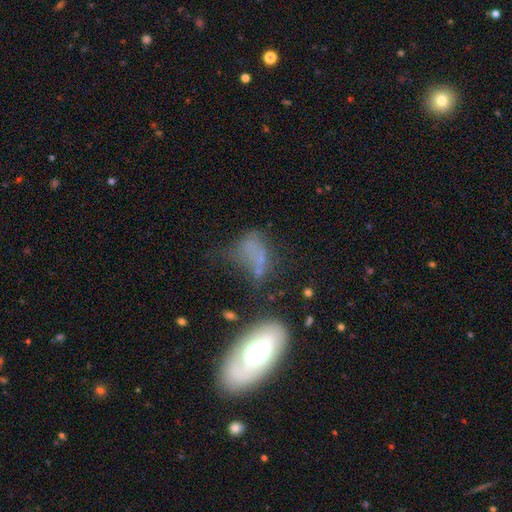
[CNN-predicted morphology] Smooth or featured?
  - smooth: 44% *
  - featured or disk: 34%
  - star or artifact: 23%
Merging?
  - none: 33% *
  - major disturbance: 32%
  - minor disturbance: 19%
  - merger: 17%